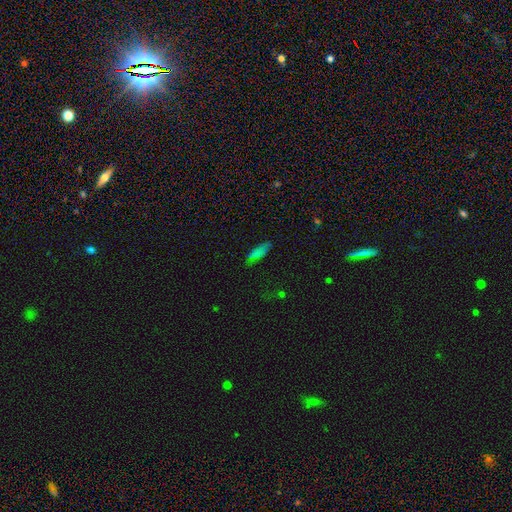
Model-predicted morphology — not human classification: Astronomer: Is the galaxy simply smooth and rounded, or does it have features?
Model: smooth — 70%.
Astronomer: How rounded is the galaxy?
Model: in between — 55% (runner-up: cigar-shaped, 42%).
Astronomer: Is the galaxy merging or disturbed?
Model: none — 73%.